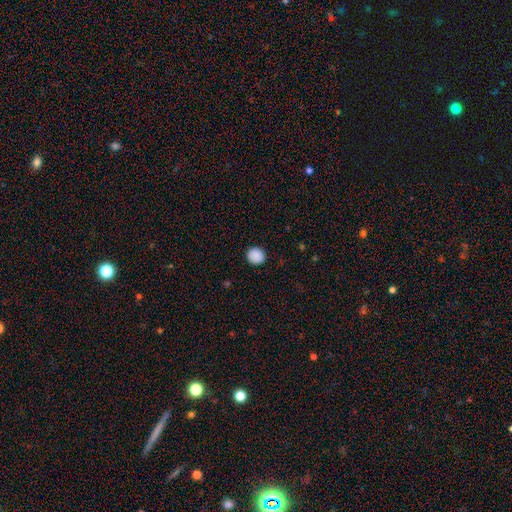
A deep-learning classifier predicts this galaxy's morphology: The model was most divided on "how rounded": round: 88%, in between: 11%, cigar-shaped: 1%. More confident: merging — none (91%); smooth or featured — smooth (89%).